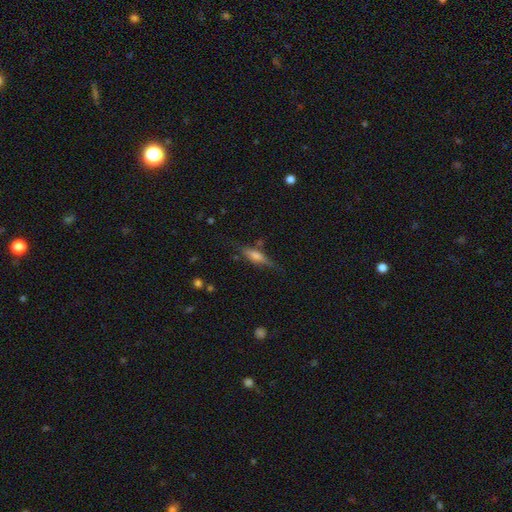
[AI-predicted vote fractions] featured or disk 50%, smooth 42%, star or artifact 9%. Down the decision tree: merging — none (74%).